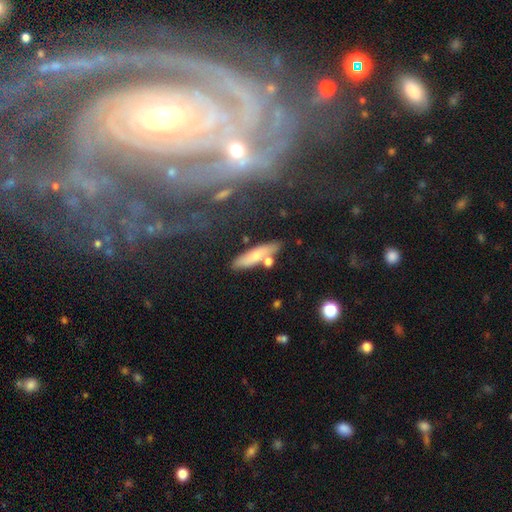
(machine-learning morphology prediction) Smooth or featured: smooth — 66% (featured or disk — 26%)
How rounded: cigar-shaped — 66% (in between — 30%)
Merging: none — 70% (merger — 14%)